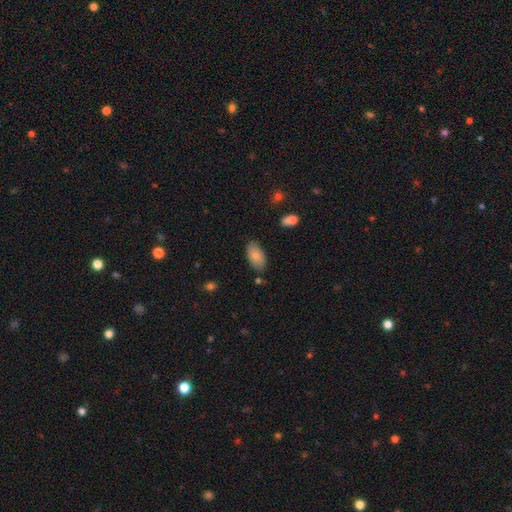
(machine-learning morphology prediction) smooth-or-featured: smooth: 82% | featured or disk: 12% | star or artifact: 7%
  how-rounded: in between: 95% | round: 3% | cigar-shaped: 2%
  merging: none: 81% | minor disturbance: 14% | merger: 3% | major disturbance: 3%